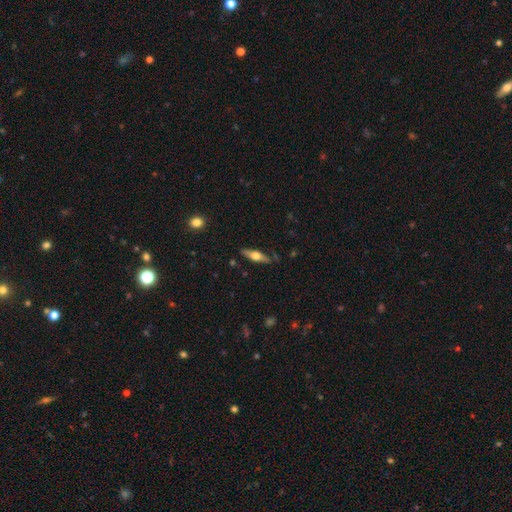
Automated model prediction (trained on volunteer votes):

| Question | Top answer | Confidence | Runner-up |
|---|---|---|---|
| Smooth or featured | featured or disk | 53% | smooth (41%) |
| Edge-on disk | yes | 91% | no (9%) |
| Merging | none | 83% | minor disturbance (13%) |